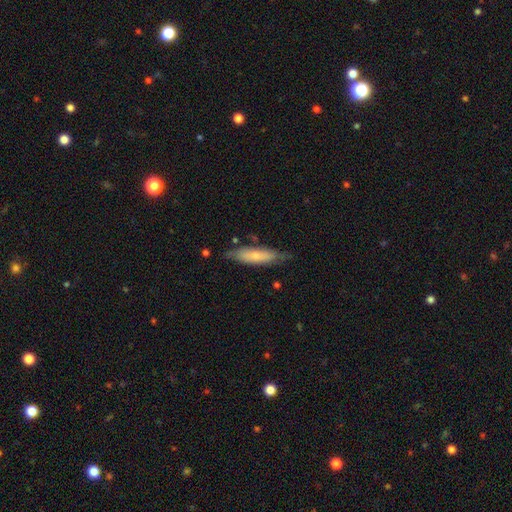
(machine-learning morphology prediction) smooth_or_featured: smooth (p=0.63) [alt: featured or disk p=0.32]
how_rounded: cigar-shaped (p=0.69) [alt: in between p=0.30]
merging: none (p=0.71) [alt: minor disturbance p=0.22]